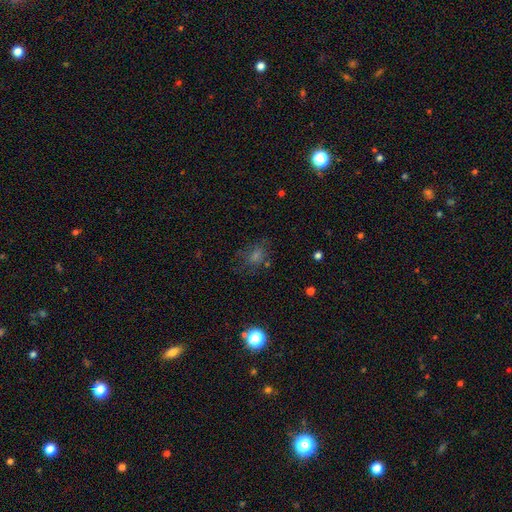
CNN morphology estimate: Smooth or featured? smooth (47%)
Merging? none (69%)